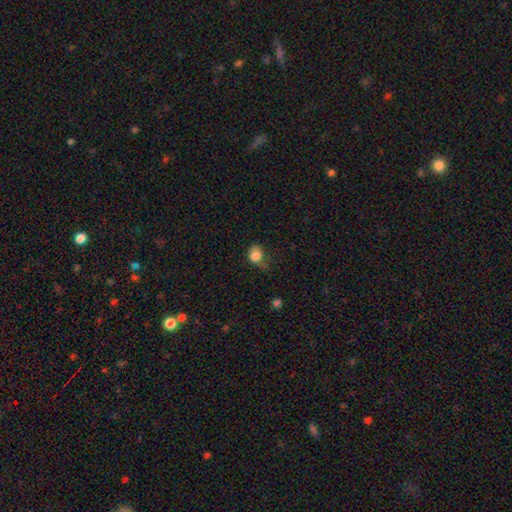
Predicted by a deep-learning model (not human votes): Smooth or featured? smooth (83%)
How rounded? round (57%)
Merging? none (44%)